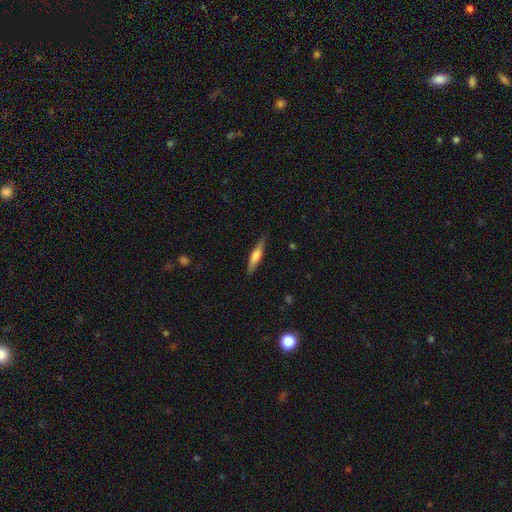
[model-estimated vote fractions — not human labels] Smooth or featured? Predicted: smooth (p=0.48). Merging? Predicted: none (p=0.86).